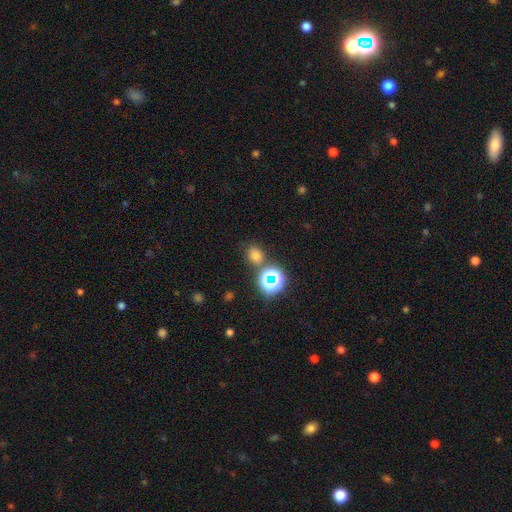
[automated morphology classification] The model was most divided on "how rounded": round: 61%, in between: 37%, cigar-shaped: 1%. More confident: merging — none (74%); smooth or featured — smooth (68%).